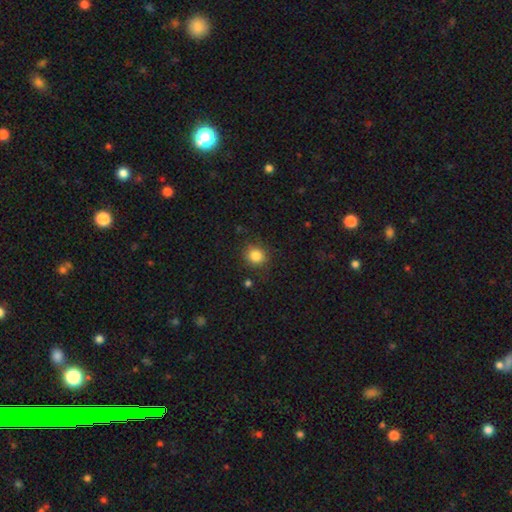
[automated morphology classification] smooth_or_featured: smooth (p=0.84) [alt: star or artifact p=0.11]
how_rounded: round (p=0.83) [alt: in between p=0.16]
merging: none (p=0.83) [alt: minor disturbance p=0.12]